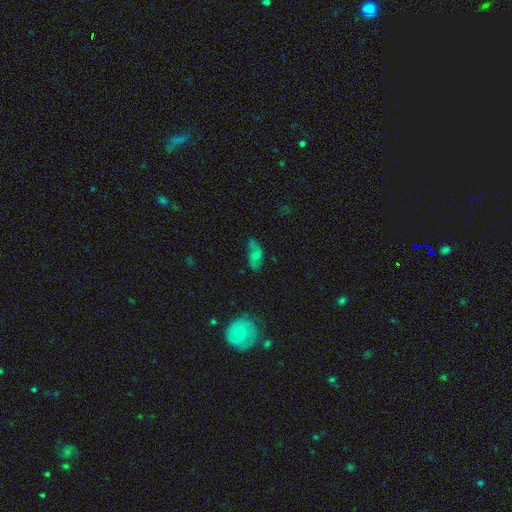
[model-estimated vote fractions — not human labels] Smooth or featured: smooth — 56% (featured or disk — 31%)
How rounded: in between — 85% (cigar-shaped — 10%)
Merging: none — 62% (minor disturbance — 25%)